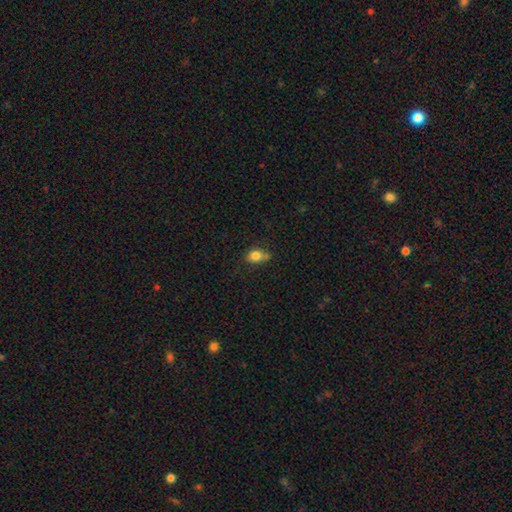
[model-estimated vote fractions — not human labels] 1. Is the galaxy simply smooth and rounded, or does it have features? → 82% smooth, 10% star or artifact, 8% featured or disk.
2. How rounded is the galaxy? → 60% in between, 38% round, 2% cigar-shaped.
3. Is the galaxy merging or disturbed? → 56% none, 25% minor disturbance, 13% merger, 6% major disturbance.